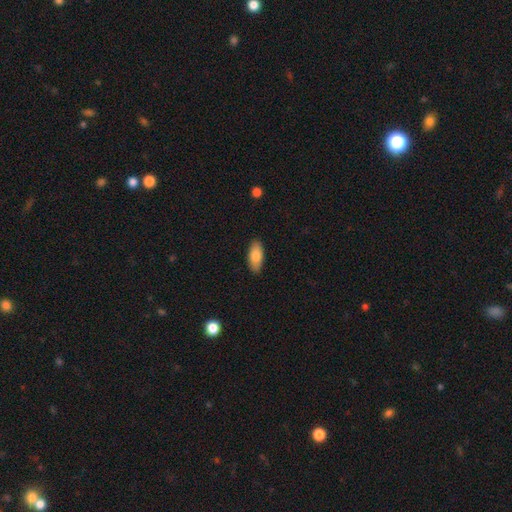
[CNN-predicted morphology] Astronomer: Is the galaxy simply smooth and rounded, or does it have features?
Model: smooth — 84%.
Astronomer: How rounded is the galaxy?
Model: in between — 87%.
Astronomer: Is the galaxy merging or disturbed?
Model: none — 87%.